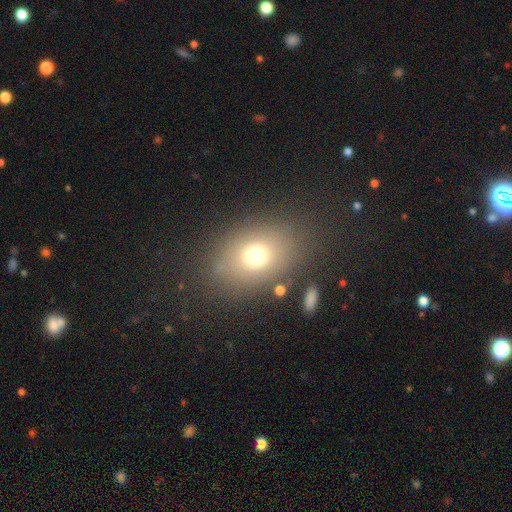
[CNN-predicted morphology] Smooth or featured? smooth (70%)
How rounded? in between (63%)
Merging? none (76%)